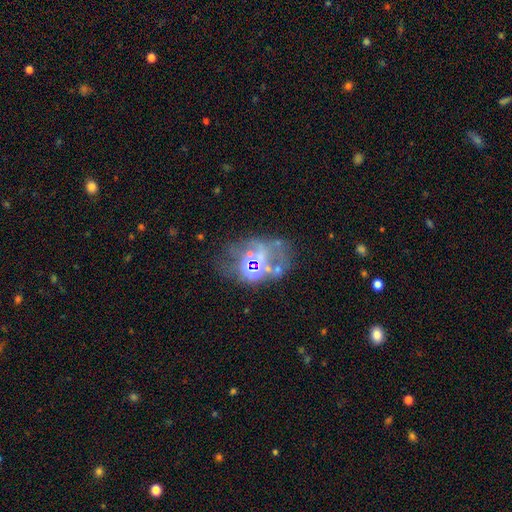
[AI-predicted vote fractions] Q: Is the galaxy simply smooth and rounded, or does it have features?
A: star or artifact — 42%.